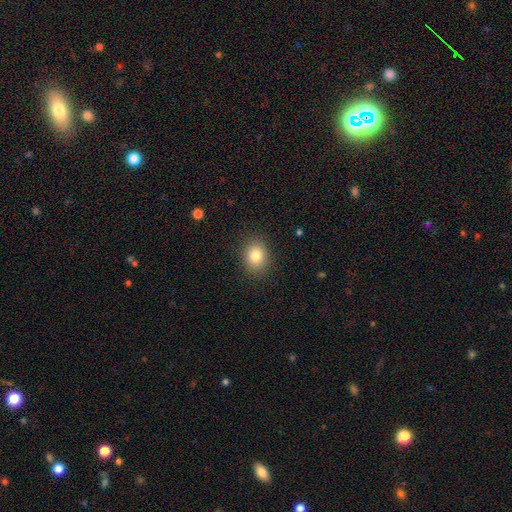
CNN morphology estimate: This is clearly a smooth galaxy (82%). How rounded: possibly round (55%). Merging: clearly none (88%).